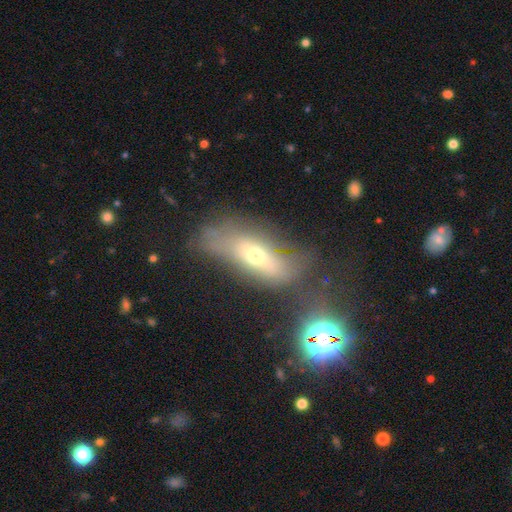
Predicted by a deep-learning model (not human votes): Q: Smooth or featured?
A: featured or disk (42%); tied with: smooth (42%)
Q: Merging?
A: none (44%); runner-up: minor disturbance (25%)